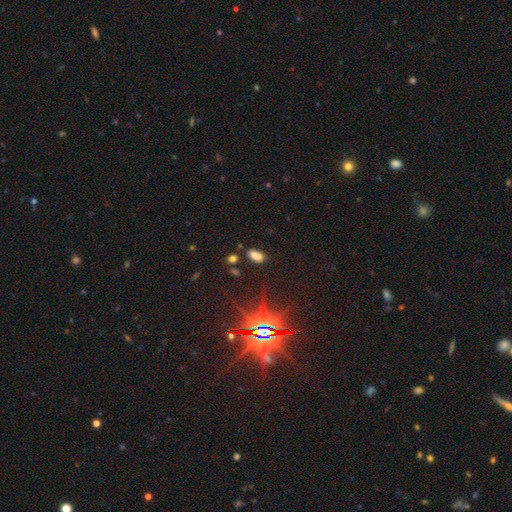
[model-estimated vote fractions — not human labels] smooth 67%, star or artifact 24%, featured or disk 9%. Down the decision tree: how rounded — in between (89%); merging — none (65%).